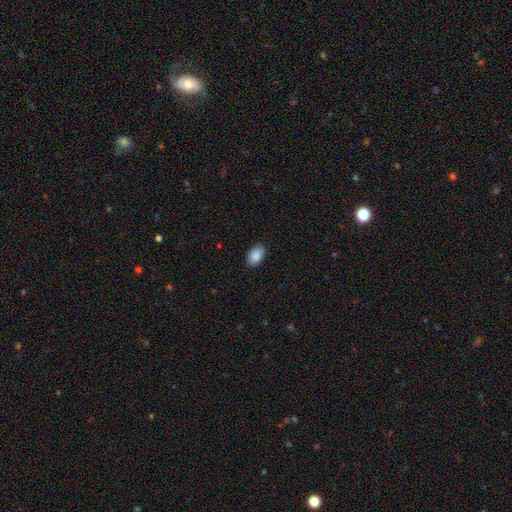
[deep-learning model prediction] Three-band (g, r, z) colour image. It shows a smooth galaxy with no disk features (90%) that is in between round and cigar-shaped (94%). Merging: none (89%).